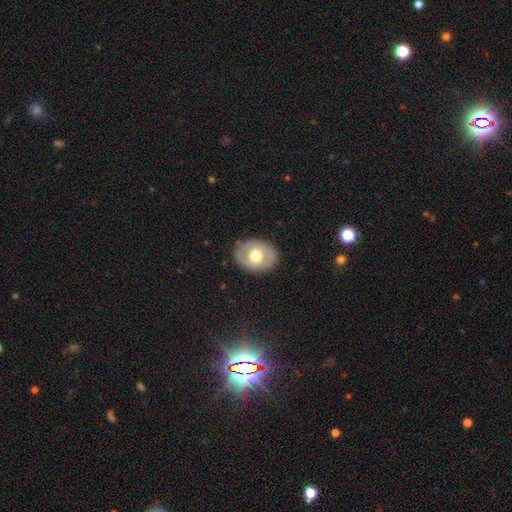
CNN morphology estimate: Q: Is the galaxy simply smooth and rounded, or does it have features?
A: featured or disk — 52%.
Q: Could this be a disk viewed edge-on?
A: no — 93%.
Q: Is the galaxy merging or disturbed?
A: none — 83%.